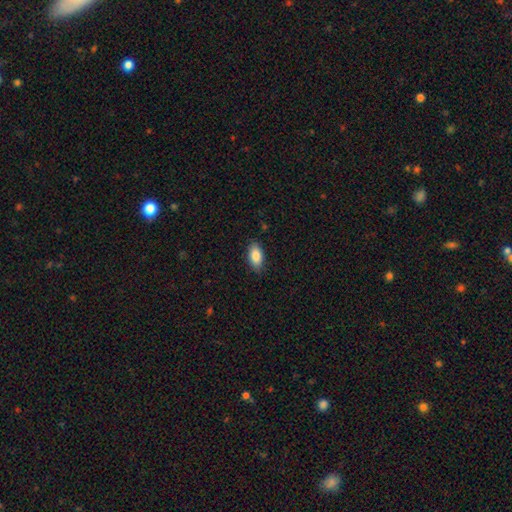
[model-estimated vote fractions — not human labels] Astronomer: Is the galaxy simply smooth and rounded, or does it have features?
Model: smooth — 87%.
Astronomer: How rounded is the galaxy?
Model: in between — 92%.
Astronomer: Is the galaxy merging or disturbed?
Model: none — 85%.